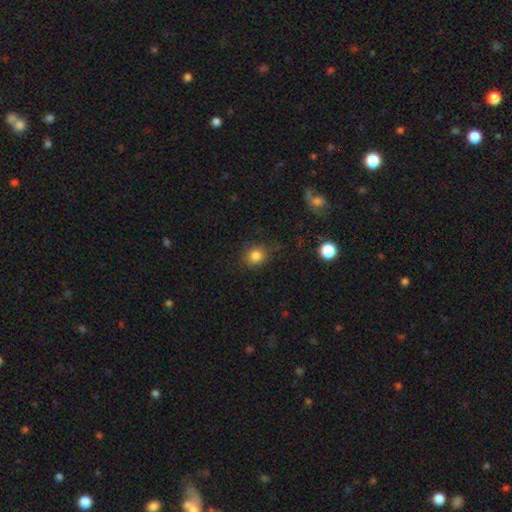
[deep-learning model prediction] This appears to be a smooth galaxy with no disk features (83%) that is round (77%). Merging: none (75%).